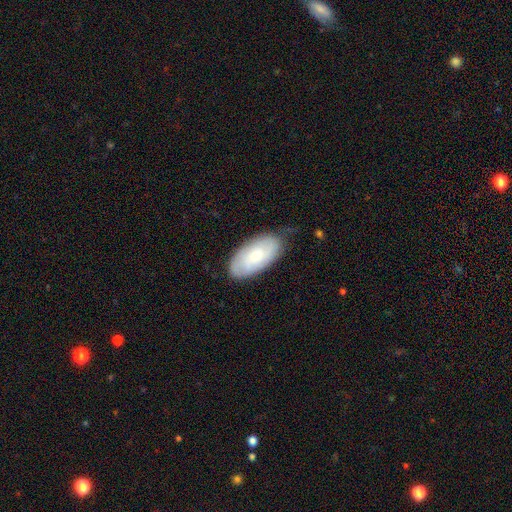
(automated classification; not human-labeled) A smooth galaxy with no disk features (59%) that is in between round and cigar-shaped (94%).

Vote fractions:
- Smooth or featured? smooth: 59% / featured or disk: 35% / star or artifact: 7%
- How rounded? in between: 94% / cigar-shaped: 4% / round: 3%
- Merging? none: 75% / minor disturbance: 20% / major disturbance: 4% / merger: 1%